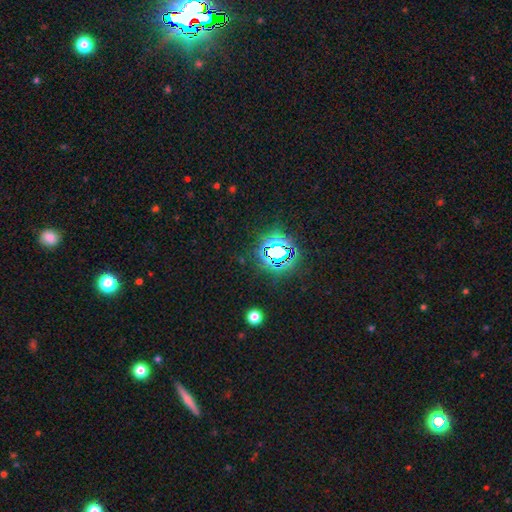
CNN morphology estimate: smooth-or-featured: star or artifact: 80% | smooth: 13% | featured or disk: 8%